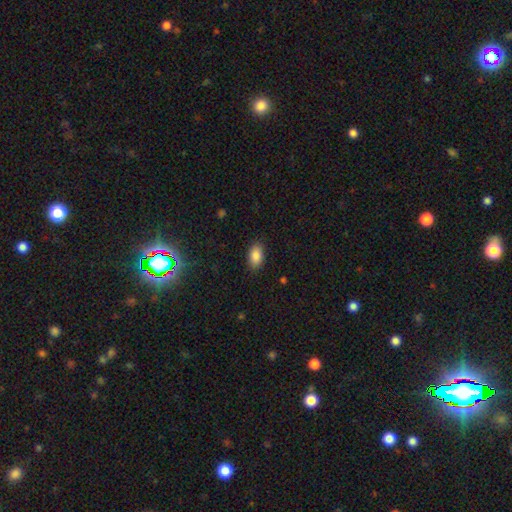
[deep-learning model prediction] Smooth or featured: smooth — 87% (star or artifact — 8%)
How rounded: in between — 92% (round — 5%)
Merging: none — 87% (minor disturbance — 10%)